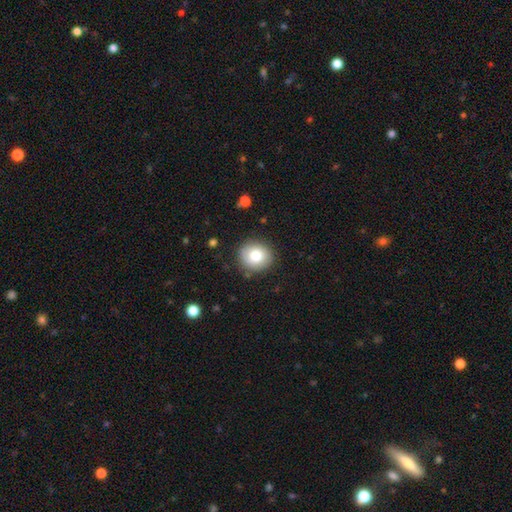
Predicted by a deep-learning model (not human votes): This is likely a smooth galaxy (80%). How rounded: clearly round (81%). Merging: clearly none (87%).